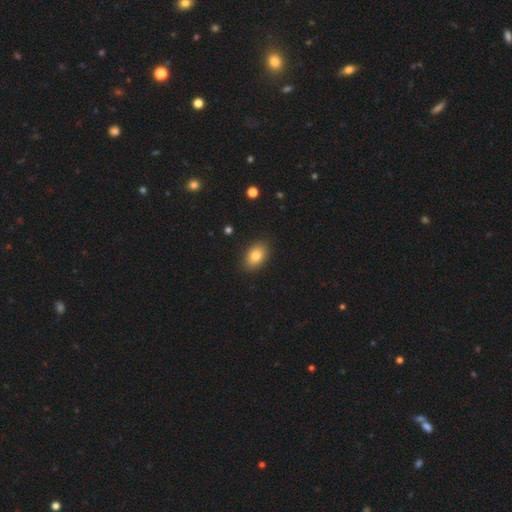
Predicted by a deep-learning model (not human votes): Smooth or featured? smooth (81%)
How rounded? in between (86%)
Merging? none (88%)